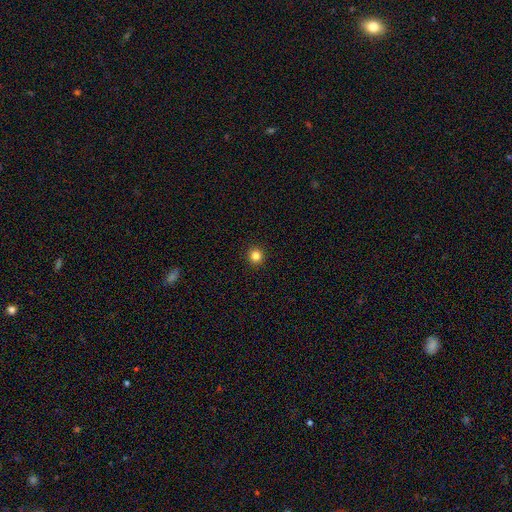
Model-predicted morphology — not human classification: Smooth or featured? Predicted: smooth (p=0.83). How rounded? Predicted: round (p=0.94). Merging? Predicted: none (p=0.93).